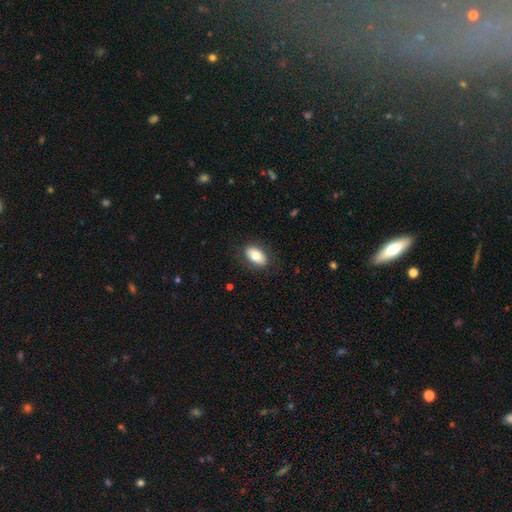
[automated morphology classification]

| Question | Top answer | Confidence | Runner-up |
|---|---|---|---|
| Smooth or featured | smooth | 77% | featured or disk (16%) |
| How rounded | in between | 92% | round (6%) |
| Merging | none | 84% | minor disturbance (11%) |